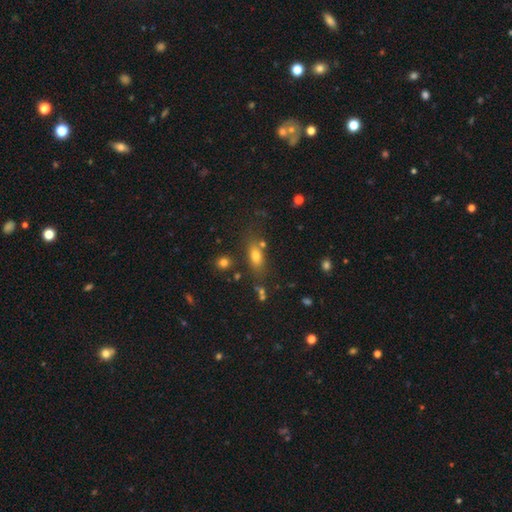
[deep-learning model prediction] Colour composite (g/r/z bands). It shows a smooth galaxy with no disk features (72%) that is in between round and cigar-shaped (74%). Merging: none (69%).